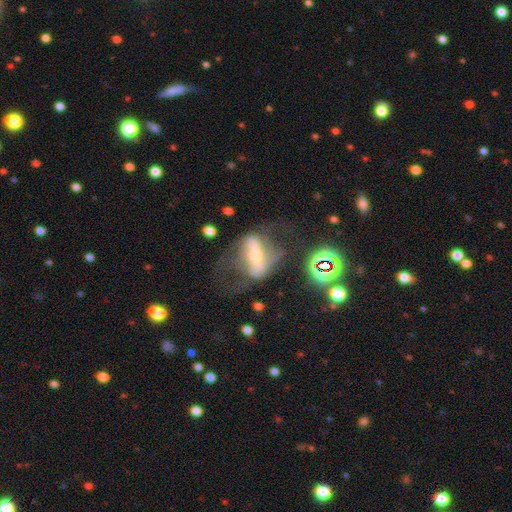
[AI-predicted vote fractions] smooth_or_featured: featured or disk (p=0.71) [alt: smooth p=0.18]
disk_edge_on: no (p=0.84) [alt: yes p=0.16]
bar: strong (p=0.59) [alt: no p=0.22]
has_spiral_arms: yes (p=0.62) [alt: no p=0.38]
bulge_size: small (p=0.54) [alt: moderate p=0.36]
merging: none (p=0.38) [tied with: major disturbance p=0.38]